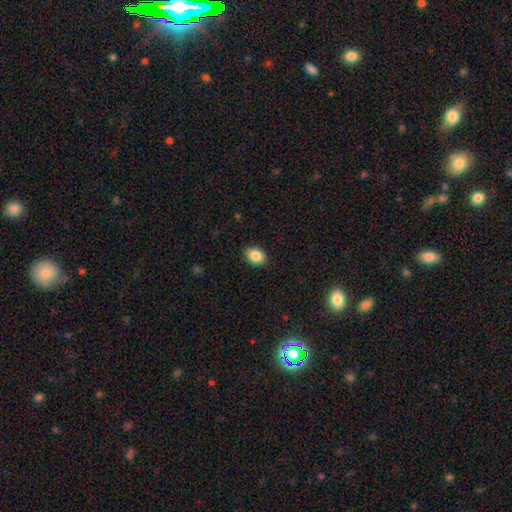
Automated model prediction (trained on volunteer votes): Q: Smooth or featured?
A: smooth (86%); runner-up: star or artifact (8%)
Q: How rounded?
A: in between (68%); runner-up: round (31%)
Q: Merging?
A: none (88%); runner-up: minor disturbance (9%)